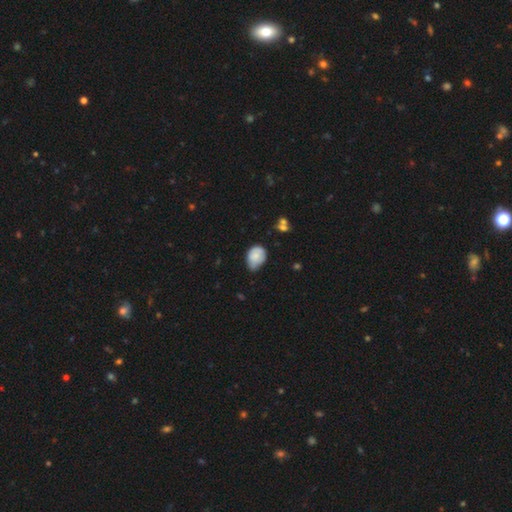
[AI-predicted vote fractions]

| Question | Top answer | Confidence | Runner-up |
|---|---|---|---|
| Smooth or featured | smooth | 76% | featured or disk (16%) |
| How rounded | in between | 69% | round (30%) |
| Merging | minor disturbance | 49% | none (39%) |